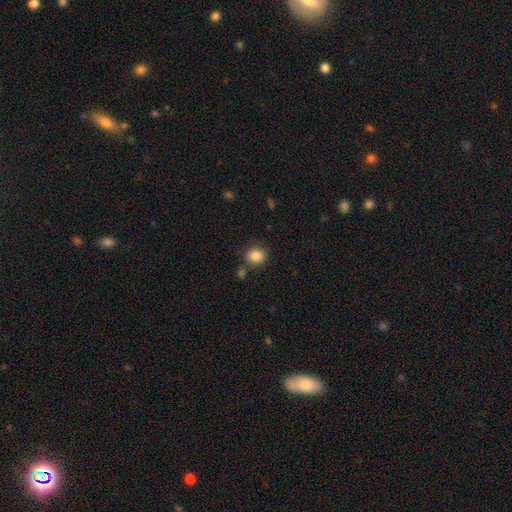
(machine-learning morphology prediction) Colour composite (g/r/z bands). It shows a smooth galaxy with no disk features (86%) that is round (74%). Merging: none (79%).